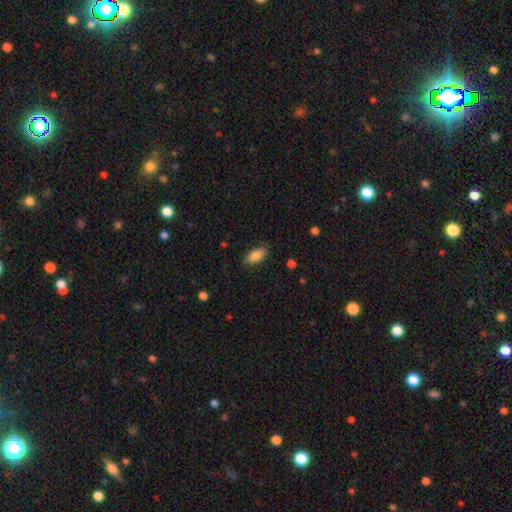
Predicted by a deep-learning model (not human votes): Smooth or featured?
  - smooth: 86% *
  - featured or disk: 7%
  - star or artifact: 7%
How rounded?
  - in between: 90% *
  - cigar-shaped: 8%
  - round: 2%
Merging?
  - none: 85% *
  - minor disturbance: 11%
  - major disturbance: 3%
  - merger: 1%